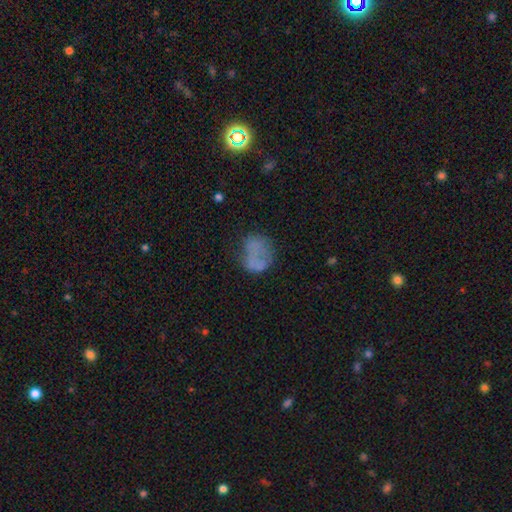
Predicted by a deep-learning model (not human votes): smooth-or-featured: smooth: 55% | featured or disk: 27% | star or artifact: 19%
  how-rounded: round: 54% | in between: 44% | cigar-shaped: 2%
  merging: none: 46% | minor disturbance: 23% | major disturbance: 22% | merger: 8%